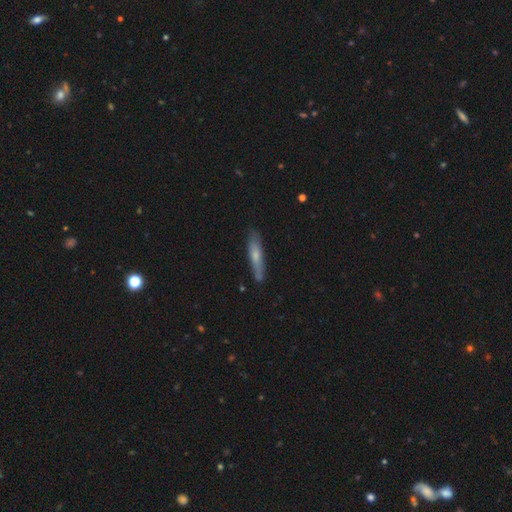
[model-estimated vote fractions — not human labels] This is possibly a smooth galaxy (59%). How rounded: clearly cigar-shaped (88%). Merging: likely none (80%).